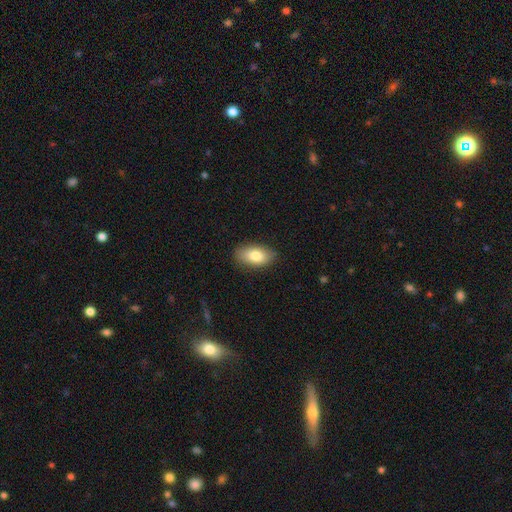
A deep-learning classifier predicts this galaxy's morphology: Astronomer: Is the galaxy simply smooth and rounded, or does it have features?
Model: smooth — 81%.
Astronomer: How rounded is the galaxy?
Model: in between — 91%.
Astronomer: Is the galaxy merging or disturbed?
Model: none — 84%.